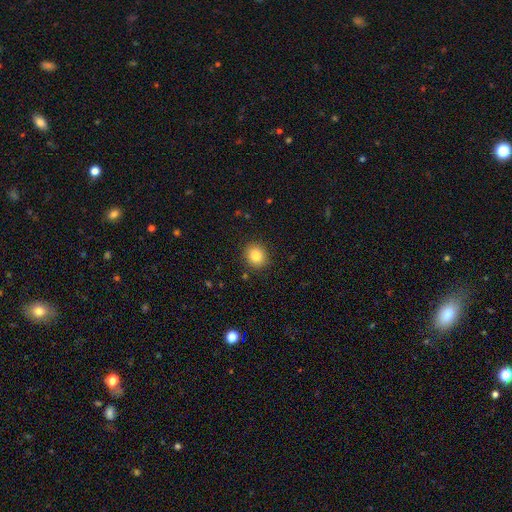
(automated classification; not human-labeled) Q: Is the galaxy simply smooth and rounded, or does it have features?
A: smooth — 84%.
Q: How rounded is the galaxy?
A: round — 79%.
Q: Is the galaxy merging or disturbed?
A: none — 89%.